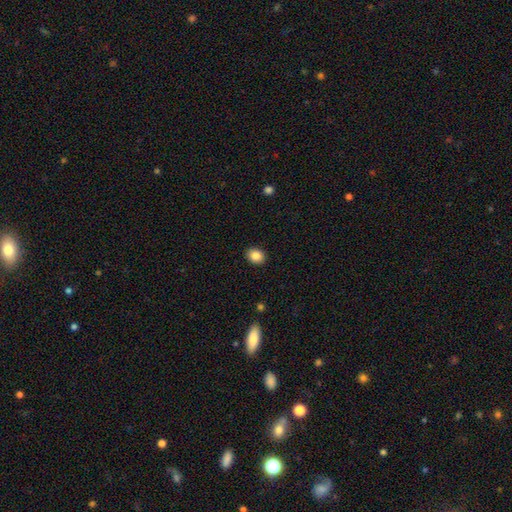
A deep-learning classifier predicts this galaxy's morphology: smooth 86%, star or artifact 9%, featured or disk 5%. Down the decision tree: how rounded — round (52%); merging — none (91%).